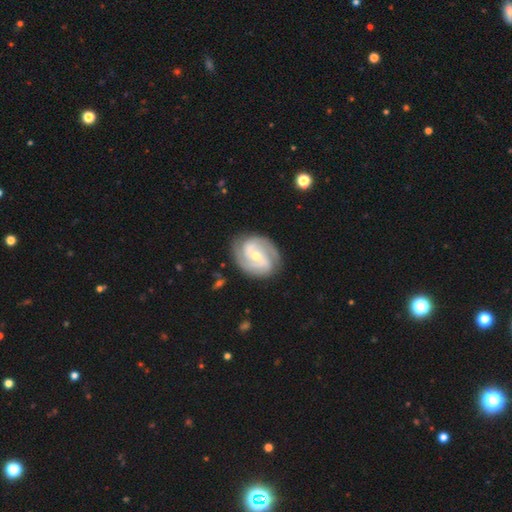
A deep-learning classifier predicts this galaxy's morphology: Smooth or featured: featured or disk — 88% (smooth — 8%)
Edge-on disk: no — 97% (yes — 3%)
Bar: no — 42% (weak — 41%)
Spiral arms: yes — 97% (no — 3%)
Spiral winding: tight — 52% (medium — 40%)
Spiral arm count: 2 — 62% (3 — 22%)
Bulge size: moderate — 49% (small — 47%)
Merging: none — 82% (minor disturbance — 13%)